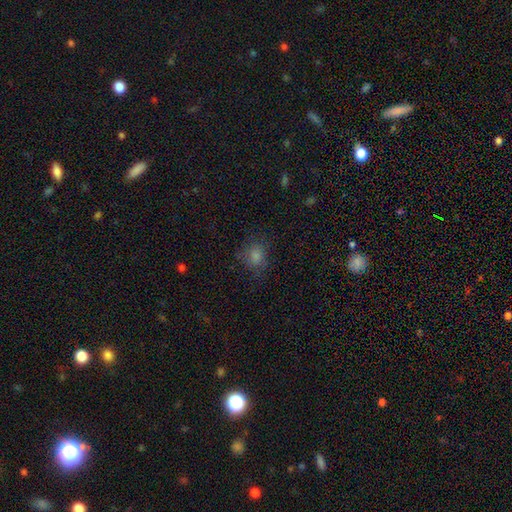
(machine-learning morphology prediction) smooth-or-featured: smooth: 66% | star or artifact: 23% | featured or disk: 11%
  how-rounded: round: 72% | in between: 27% | cigar-shaped: 1%
  merging: none: 76% | minor disturbance: 16% | major disturbance: 8% | merger: 1%